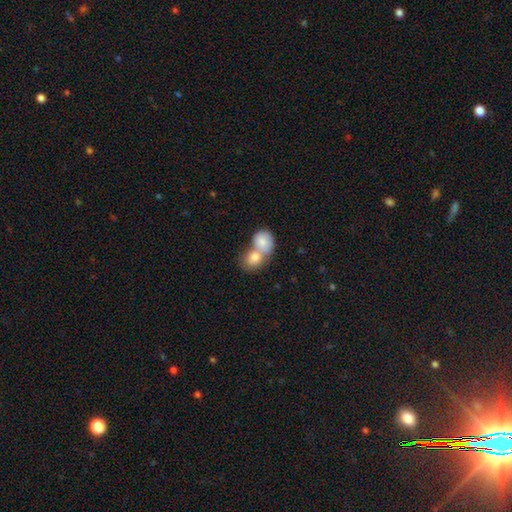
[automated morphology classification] A smooth galaxy with no disk features (76%) that is round (66%).

Vote fractions:
- Smooth or featured? smooth: 76% / featured or disk: 15% / star or artifact: 9%
- How rounded? round: 66% / in between: 33% / cigar-shaped: 2%
- Merging? merger: 70% / none: 22% / minor disturbance: 5% / major disturbance: 3%